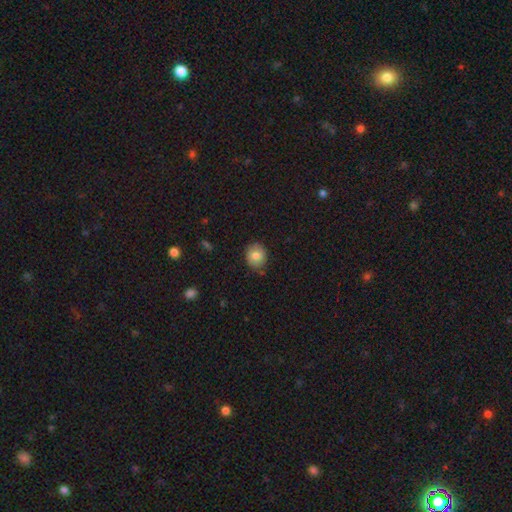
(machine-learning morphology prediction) smooth 81%, featured or disk 10%, star or artifact 9%. Down the decision tree: how rounded — round (70%); merging — none (85%).